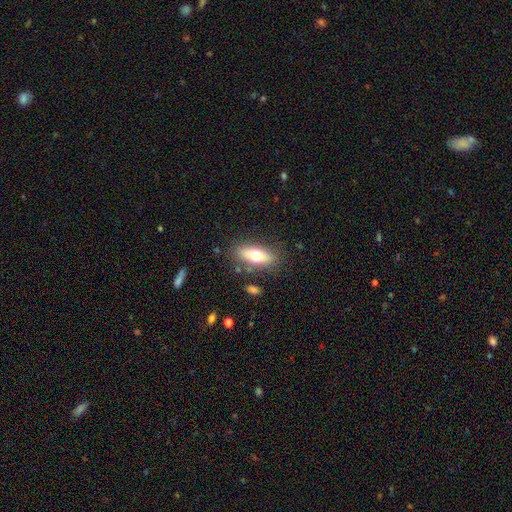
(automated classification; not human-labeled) A smooth galaxy with no disk features (66%) that is in between round and cigar-shaped (71%).

Vote fractions:
- Smooth or featured? smooth: 66% / featured or disk: 27% / star or artifact: 7%
- How rounded? in between: 71% / cigar-shaped: 26% / round: 3%
- Merging? none: 81% / minor disturbance: 12% / major disturbance: 4% / merger: 3%